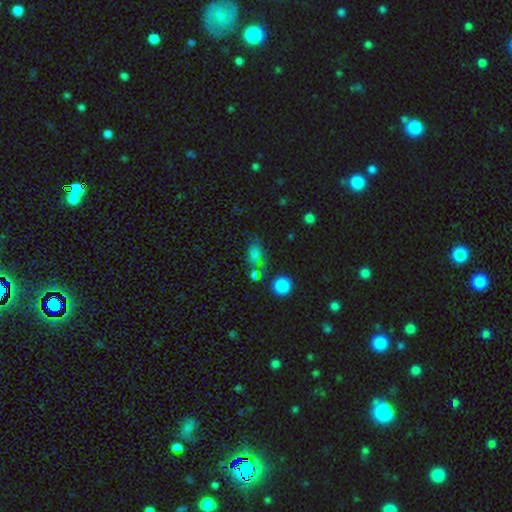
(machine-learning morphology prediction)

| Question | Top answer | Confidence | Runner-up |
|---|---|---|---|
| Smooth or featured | smooth | 66% | star or artifact (18%) |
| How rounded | in between | 73% | round (22%) |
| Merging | none | 42% | minor disturbance (23%) |